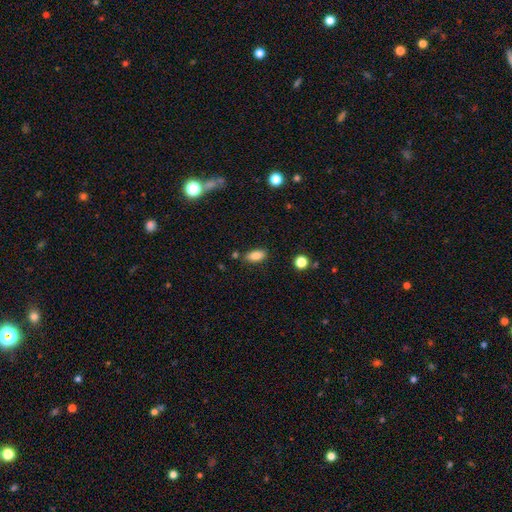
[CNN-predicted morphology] smooth-or-featured: smooth: 83% | star or artifact: 9% | featured or disk: 8%
  how-rounded: in between: 88% | cigar-shaped: 8% | round: 4%
  merging: none: 81% | minor disturbance: 12% | merger: 5% | major disturbance: 3%